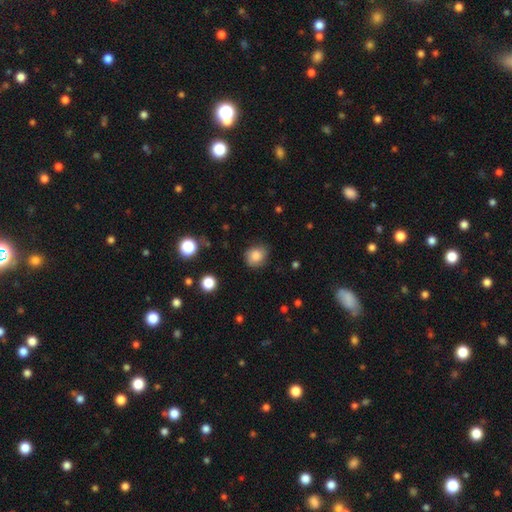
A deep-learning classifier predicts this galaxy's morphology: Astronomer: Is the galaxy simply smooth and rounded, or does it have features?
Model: smooth — 81%.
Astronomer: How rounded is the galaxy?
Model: round — 69%.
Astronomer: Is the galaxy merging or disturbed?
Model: none — 74%.